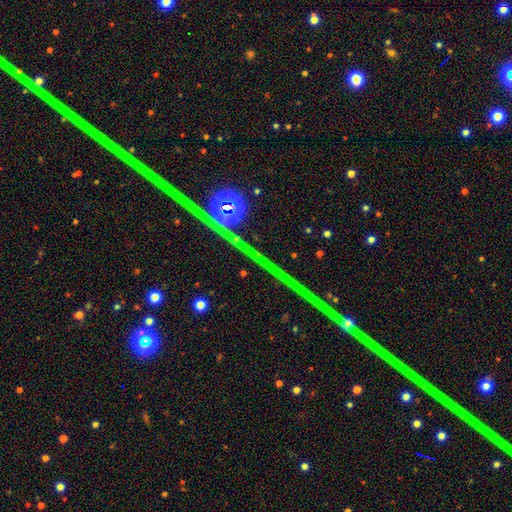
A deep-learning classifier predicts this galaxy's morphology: Overall: star or artifact (81%).